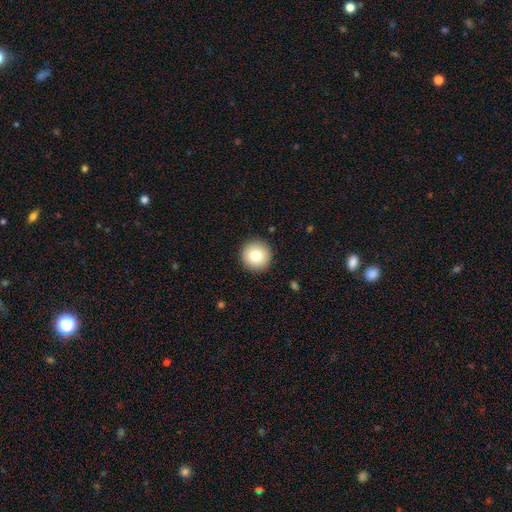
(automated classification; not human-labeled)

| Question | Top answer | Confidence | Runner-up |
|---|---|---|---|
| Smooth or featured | smooth | 79% | featured or disk (12%) |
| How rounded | round | 96% | in between (3%) |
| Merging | none | 92% | minor disturbance (5%) |